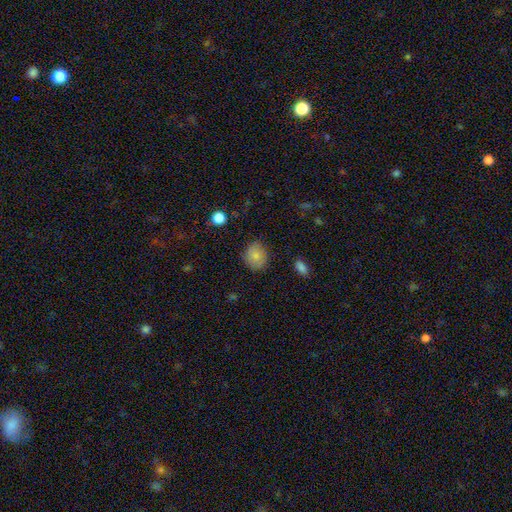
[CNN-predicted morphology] Overall: smooth (81%). How rounded: round (71%). Merging: none (82%).